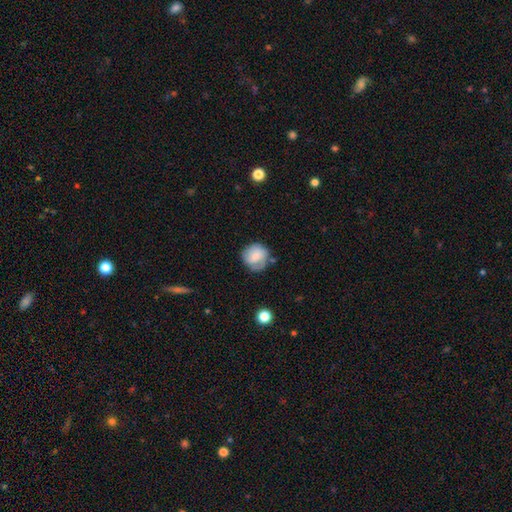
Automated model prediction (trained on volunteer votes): This is likely a smooth galaxy (71%). How rounded: clearly round (88%). Merging: likely none (64%).